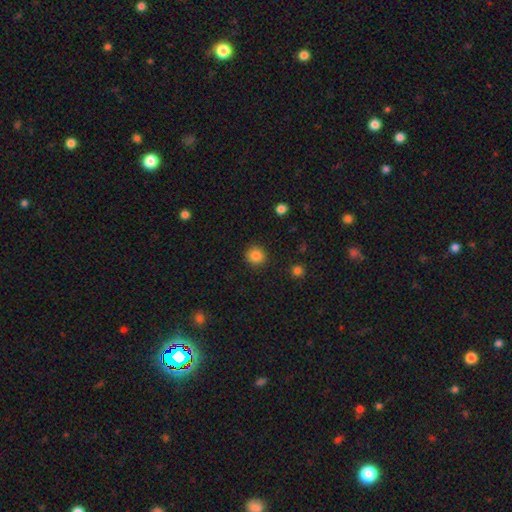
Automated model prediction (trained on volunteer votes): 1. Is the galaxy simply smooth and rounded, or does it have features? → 86% smooth, 10% star or artifact, 4% featured or disk.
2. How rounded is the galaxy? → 91% round, 8% in between, 1% cigar-shaped.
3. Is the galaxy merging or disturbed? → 91% none, 6% minor disturbance, 2% major disturbance, 1% merger.